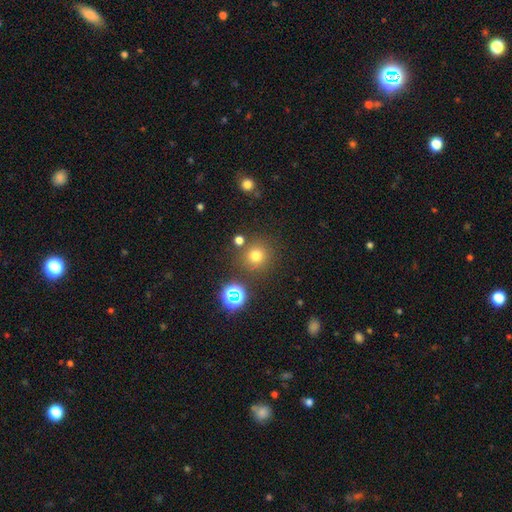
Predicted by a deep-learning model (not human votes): Morphology: type=smooth (71%); roundness=round (93%); merging=none (82%).